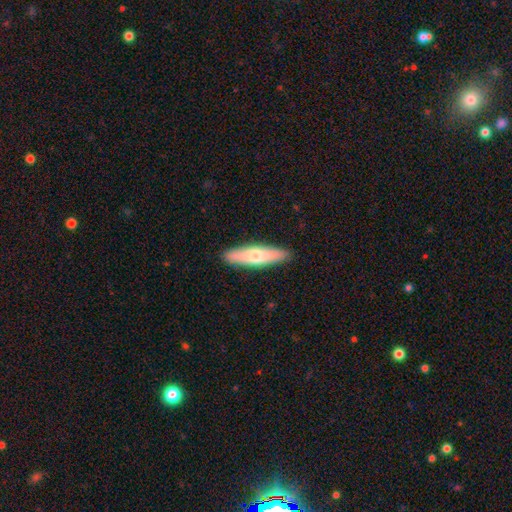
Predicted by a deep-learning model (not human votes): Q: Smooth or featured?
A: smooth (62%); runner-up: featured or disk (33%)
Q: How rounded?
A: cigar-shaped (75%); runner-up: in between (24%)
Q: Merging?
A: none (90%); runner-up: minor disturbance (7%)